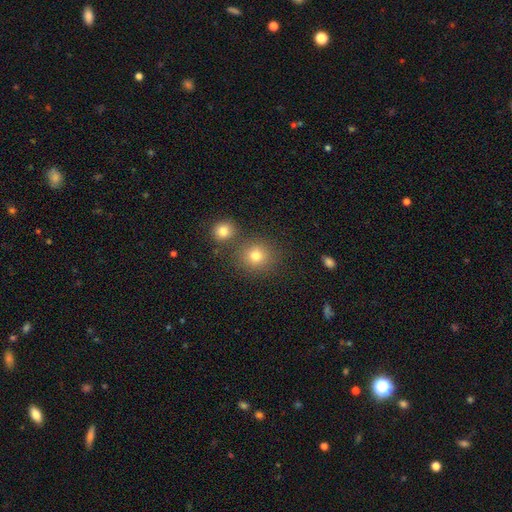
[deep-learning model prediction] This appears to be a smooth galaxy with no disk features (78%) that is round (86%). Merging: none (76%).